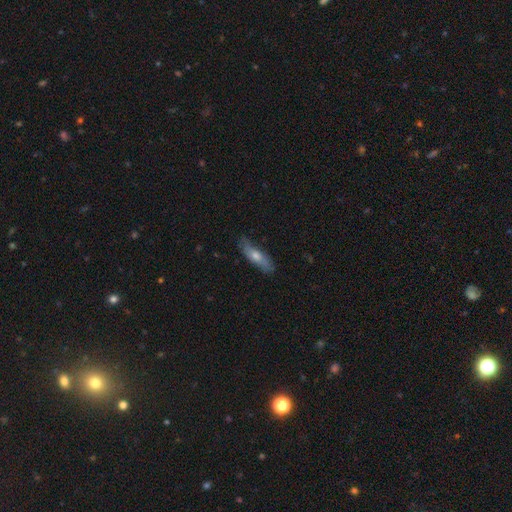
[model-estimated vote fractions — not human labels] smooth_or_featured: smooth (p=0.50) [alt: featured or disk p=0.43]
how_rounded: cigar-shaped (p=0.64) [alt: in between p=0.34]
merging: none (p=0.79) [alt: minor disturbance p=0.17]